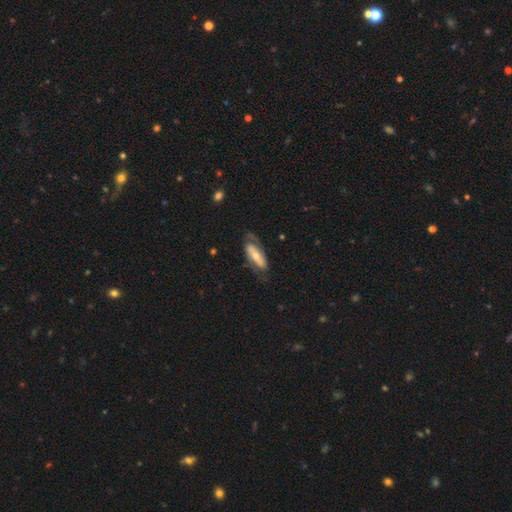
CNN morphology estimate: smooth_or_featured: featured or disk (p=0.67) [alt: smooth p=0.27]
disk_edge_on: no (p=0.83) [alt: yes p=0.17]
bar: no (p=0.39) [alt: strong p=0.36]
has_spiral_arms: yes (p=0.76) [alt: no p=0.24]
bulge_size: moderate (p=0.53) [alt: small p=0.40]
merging: none (p=0.66) [alt: minor disturbance p=0.20]